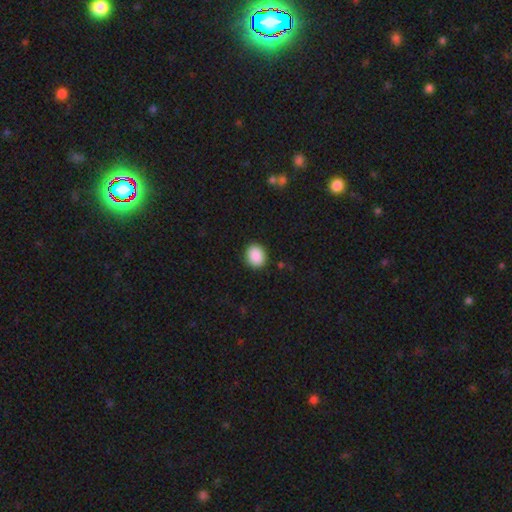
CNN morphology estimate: Smooth or featured? smooth (89%)
How rounded? round (60%)
Merging? none (90%)